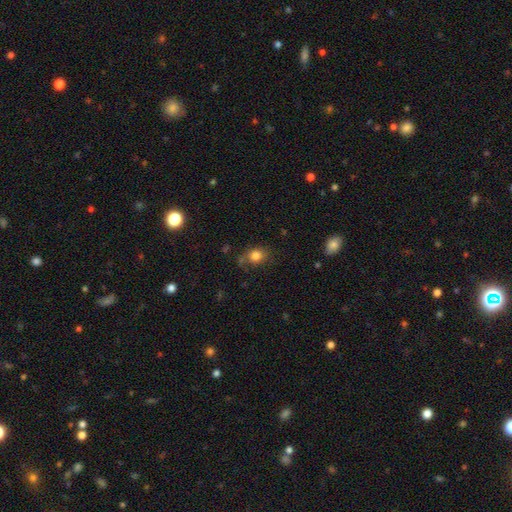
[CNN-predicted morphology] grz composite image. It shows a smooth galaxy with no disk features (81%) that is round (53%). Merging: none (66%).